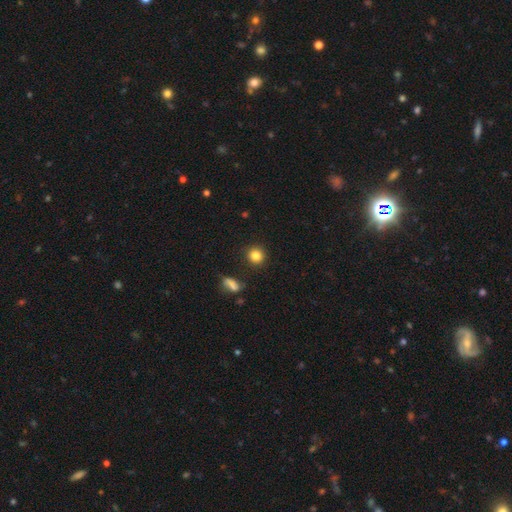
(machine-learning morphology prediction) Q: Smooth or featured?
A: smooth (84%); runner-up: star or artifact (11%)
Q: How rounded?
A: round (90%); runner-up: in between (9%)
Q: Merging?
A: none (89%); runner-up: minor disturbance (7%)